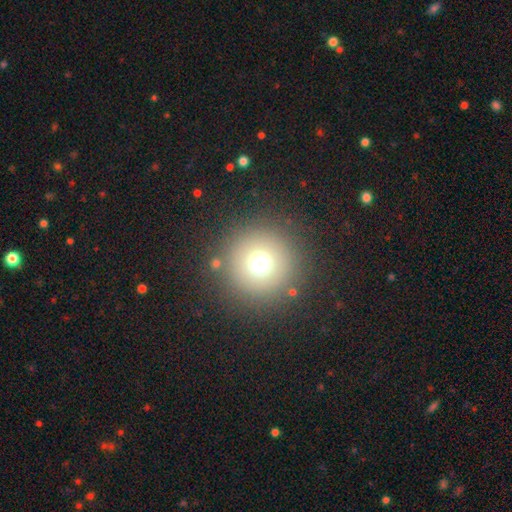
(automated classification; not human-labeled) smooth_or_featured: smooth (p=0.60) [alt: star or artifact p=0.28]
how_rounded: round (p=0.96) [alt: in between p=0.03]
merging: none (p=0.90) [alt: minor disturbance p=0.05]